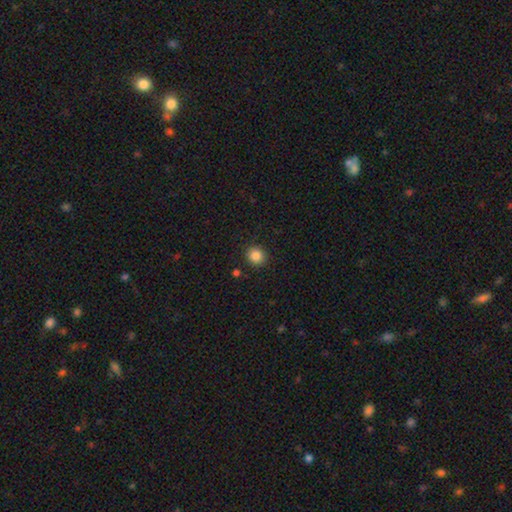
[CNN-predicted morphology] smooth-or-featured: smooth: 86% | star or artifact: 10% | featured or disk: 3%
  how-rounded: round: 88% | in between: 11% | cigar-shaped: 1%
  merging: none: 89% | minor disturbance: 7% | major disturbance: 2% | merger: 2%